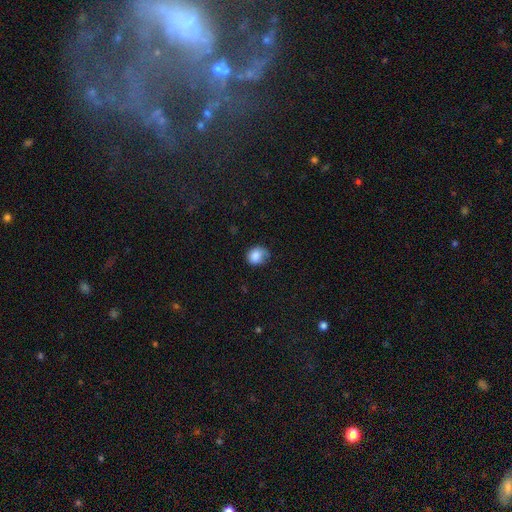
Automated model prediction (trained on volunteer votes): Smooth or featured? smooth (83%)
How rounded? round (69%)
Merging? none (53%)